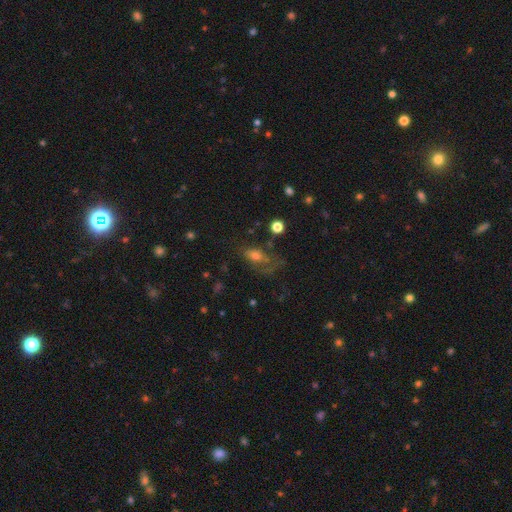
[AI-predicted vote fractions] This is possibly a smooth galaxy (52%). How rounded: likely in between (78%). Merging: marginally none (39%).